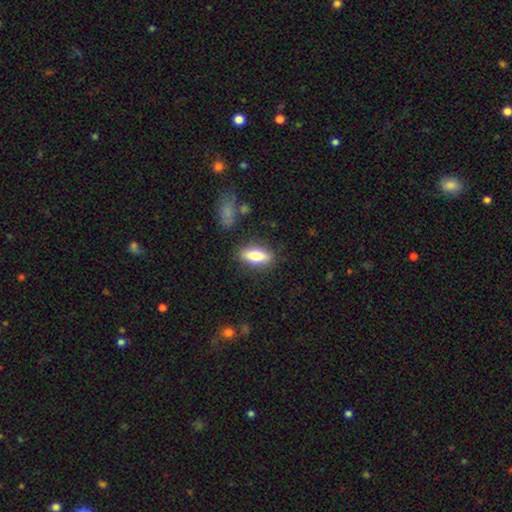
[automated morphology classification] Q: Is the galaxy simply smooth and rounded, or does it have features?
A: smooth — 70%.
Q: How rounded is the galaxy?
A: in between — 73%.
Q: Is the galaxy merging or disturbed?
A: none — 84%.